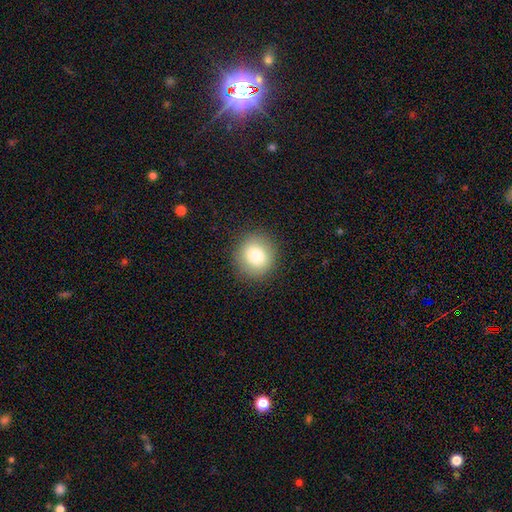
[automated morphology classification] type=smooth (80%); roundness=round (90%); merging=none (89%).